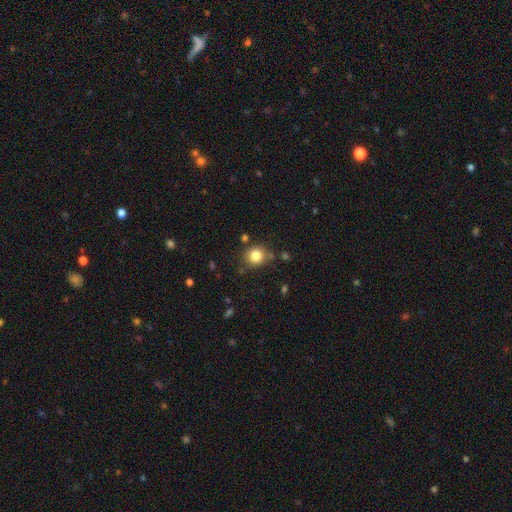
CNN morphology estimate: Smooth or featured: smooth — 82% (star or artifact — 11%)
How rounded: round — 83% (in between — 16%)
Merging: none — 81% (minor disturbance — 11%)